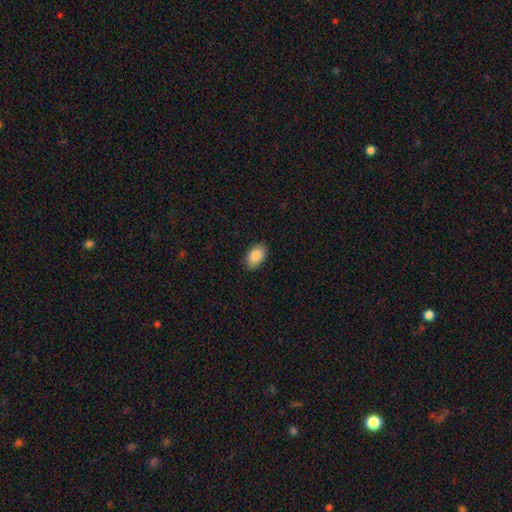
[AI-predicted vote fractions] The model was most divided on "merging": none: 87%, minor disturbance: 10%, major disturbance: 2%, merger: 1%. More confident: how rounded — in between (92%); smooth or featured — smooth (90%).